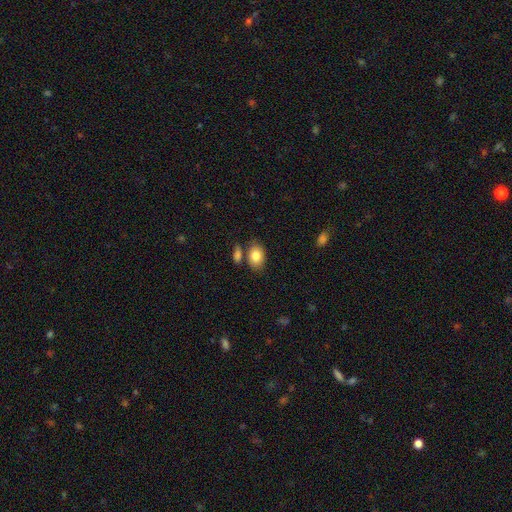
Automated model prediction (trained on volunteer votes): Smooth or featured?
  - smooth: 83% *
  - featured or disk: 10%
  - star or artifact: 7%
How rounded?
  - in between: 85% *
  - round: 14%
  - cigar-shaped: 1%
Merging?
  - none: 71% *
  - merger: 13%
  - minor disturbance: 13%
  - major disturbance: 3%